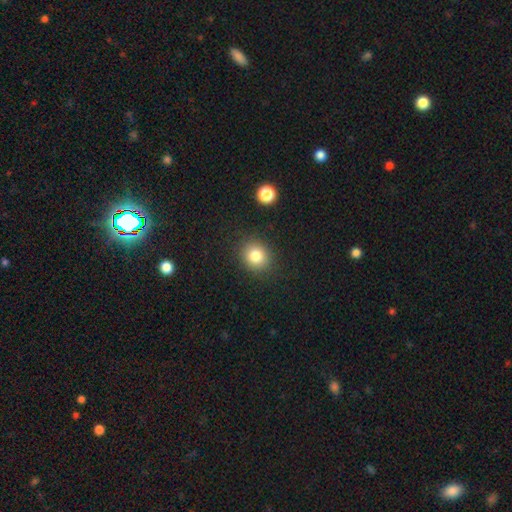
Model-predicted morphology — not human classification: type=smooth (81%); roundness=round (76%); merging=none (87%).